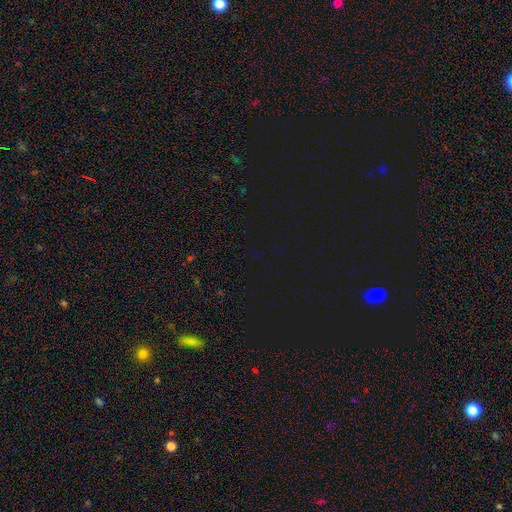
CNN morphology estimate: Smooth or featured: star or artifact — 77% (smooth — 17%)